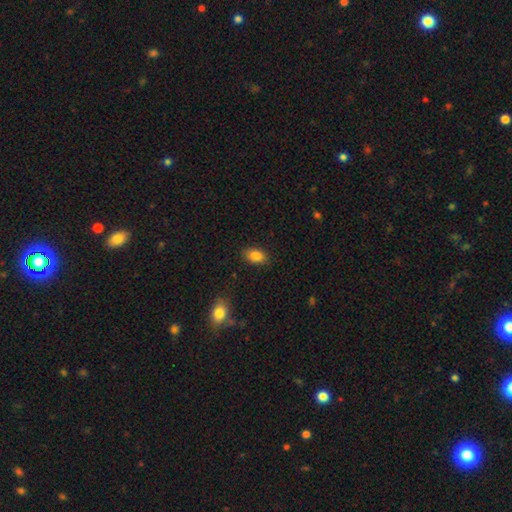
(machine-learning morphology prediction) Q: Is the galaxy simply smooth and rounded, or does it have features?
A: smooth — 85%.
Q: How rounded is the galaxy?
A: in between — 88%.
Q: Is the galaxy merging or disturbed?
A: none — 86%.